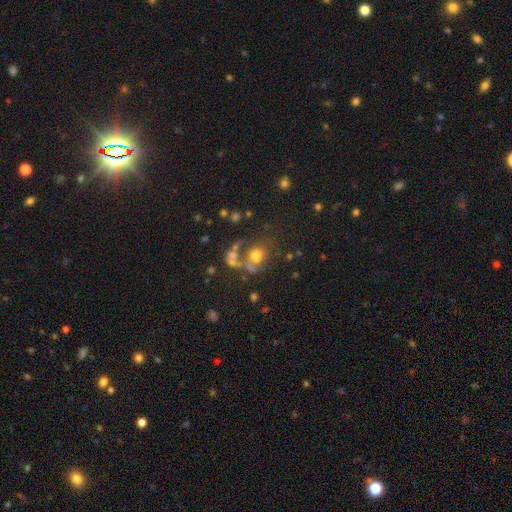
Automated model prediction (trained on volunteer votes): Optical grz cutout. It shows a smooth galaxy with no disk features (54%) that is round (62%). Merging: none (40%).